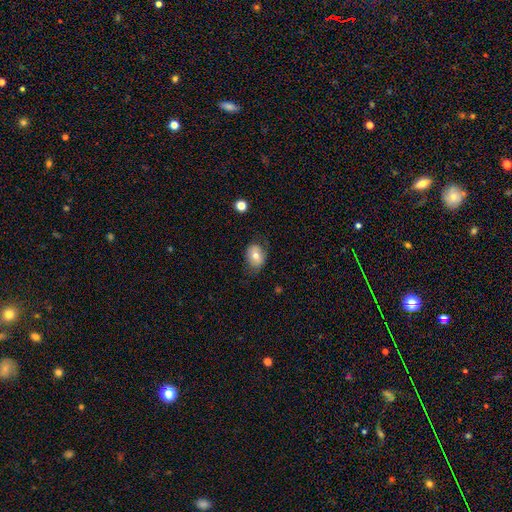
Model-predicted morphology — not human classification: Smooth or featured: smooth — 72% (featured or disk — 19%)
How rounded: in between — 61% (round — 38%)
Merging: none — 71% (minor disturbance — 21%)